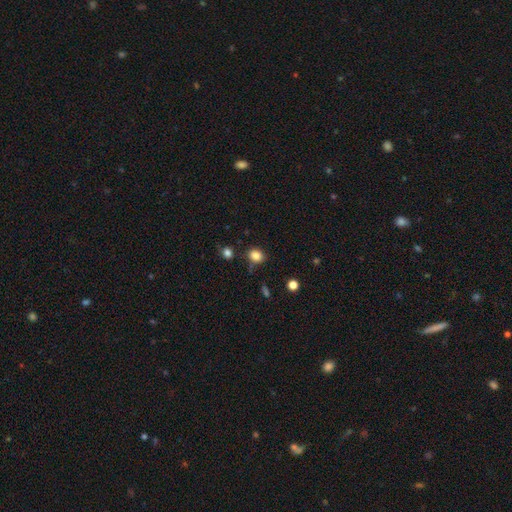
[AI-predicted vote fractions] A smooth galaxy with no disk features (84%) that is round (57%).

Vote fractions:
- Smooth or featured? smooth: 84% / star or artifact: 11% / featured or disk: 5%
- How rounded? round: 57% / in between: 42% / cigar-shaped: 1%
- Merging? none: 79% / minor disturbance: 13% / merger: 5% / major disturbance: 3%